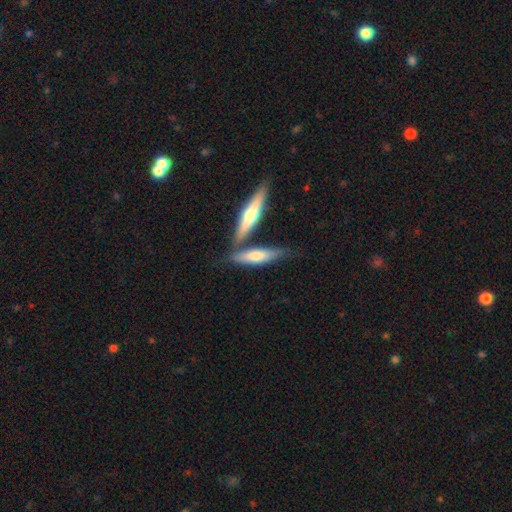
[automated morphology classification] The model was most divided on "smooth or featured": smooth: 59%, featured or disk: 35%, star or artifact: 5%. More confident: how rounded — cigar-shaped (69%); merging — none (55%).